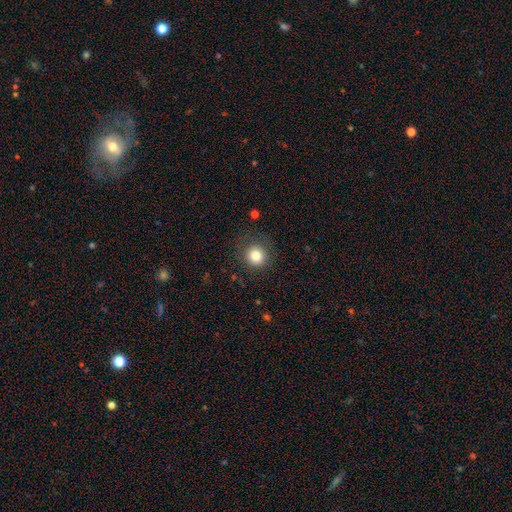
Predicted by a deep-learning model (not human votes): smooth_or_featured: smooth (p=0.82) [alt: star or artifact p=0.11]
how_rounded: round (p=0.92) [alt: in between p=0.07]
merging: none (p=0.83) [alt: minor disturbance p=0.11]